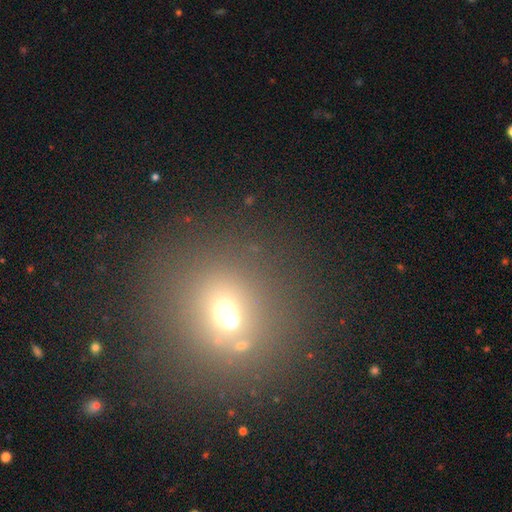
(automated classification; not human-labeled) Smooth or featured? smooth (49%)
Merging? none (76%)